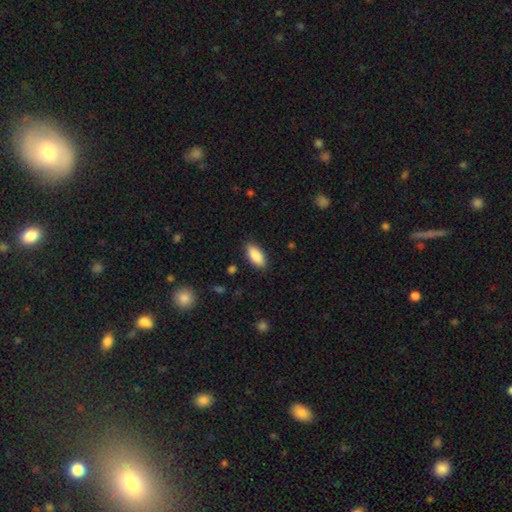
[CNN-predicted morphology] smooth_or_featured: smooth (p=0.89) [alt: star or artifact p=0.06]
how_rounded: in between (p=0.87) [alt: cigar-shaped p=0.11]
merging: none (p=0.87) [alt: minor disturbance p=0.09]